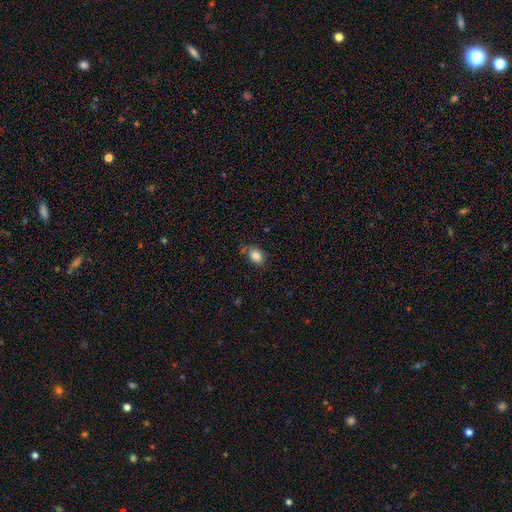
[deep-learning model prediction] Smooth or featured? Predicted: smooth (p=0.84). How rounded? Predicted: in between (p=0.68). Merging? Predicted: none (p=0.67).